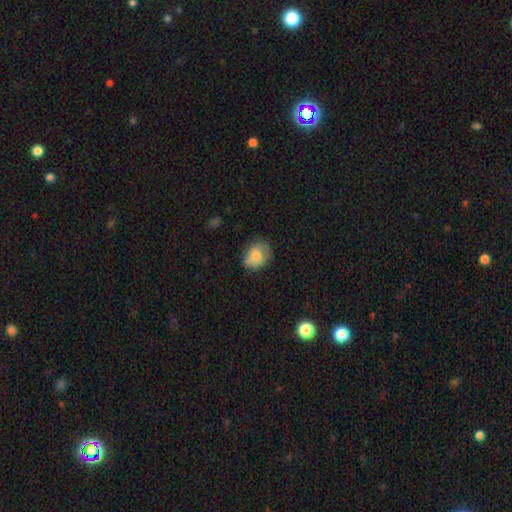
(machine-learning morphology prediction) This is likely a smooth galaxy (71%). How rounded: possibly in between (52%). Merging: likely none (67%).